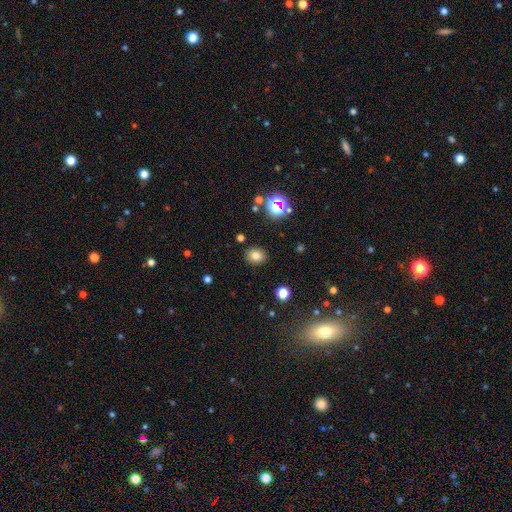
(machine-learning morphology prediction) type=smooth (78%); roundness=round (58%); merging=none (88%).